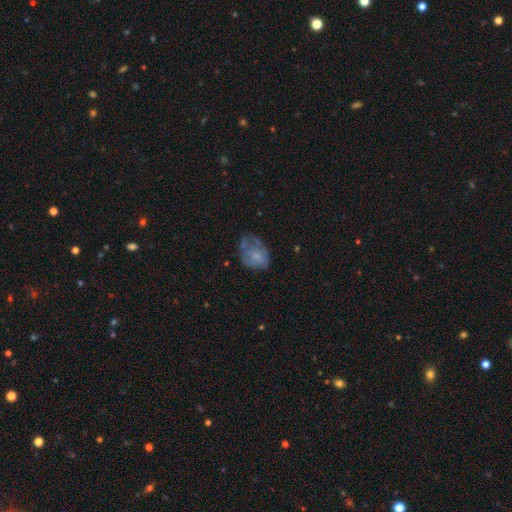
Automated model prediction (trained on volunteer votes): Q: Smooth or featured?
A: smooth (51%); runner-up: featured or disk (39%)
Q: How rounded?
A: in between (64%); runner-up: round (35%)
Q: Merging?
A: none (39%); runner-up: minor disturbance (30%)